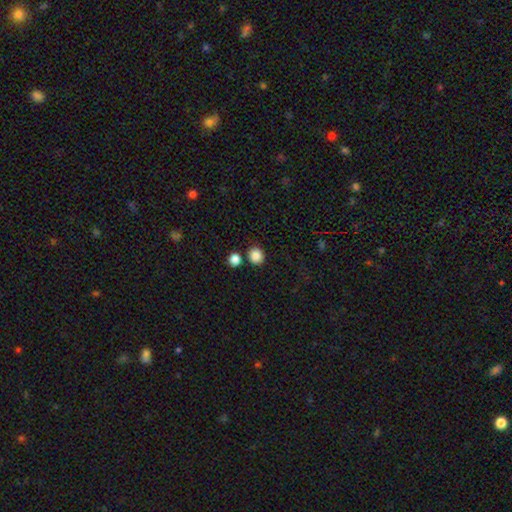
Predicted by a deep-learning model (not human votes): Smooth or featured? Predicted: smooth (p=0.86). How rounded? Predicted: round (p=0.83). Merging? Predicted: none (p=0.82).